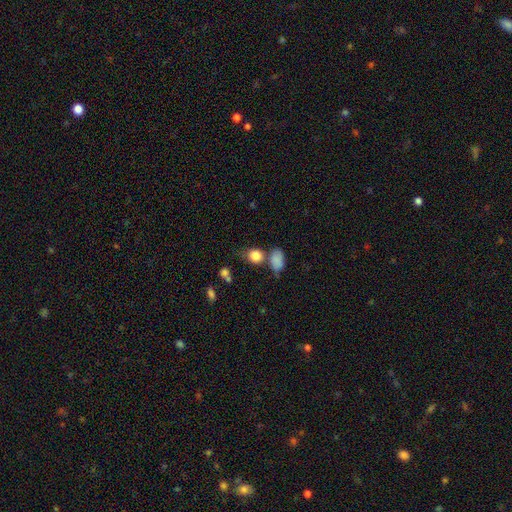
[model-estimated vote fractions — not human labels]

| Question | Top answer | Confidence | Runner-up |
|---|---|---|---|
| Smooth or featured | smooth | 84% | star or artifact (10%) |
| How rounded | round | 60% | in between (38%) |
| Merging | none | 52% | merger (23%) |